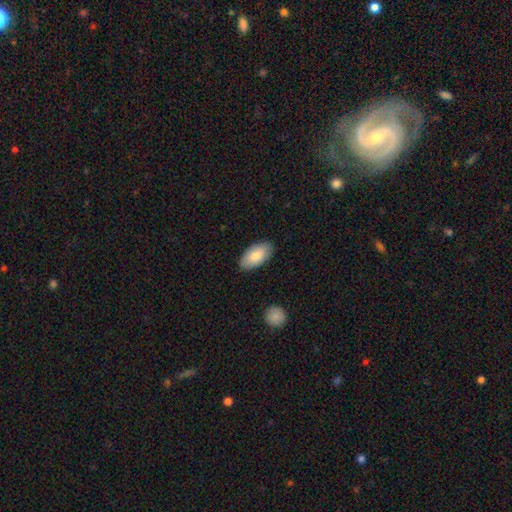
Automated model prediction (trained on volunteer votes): Overall: smooth (80%). How rounded: in between (95%). Merging: none (86%).